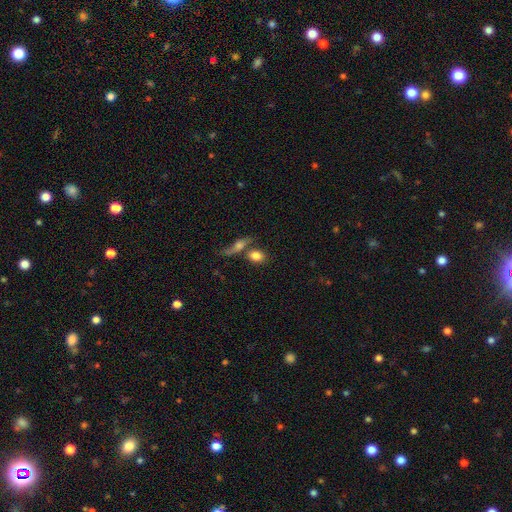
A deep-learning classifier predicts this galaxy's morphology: Smooth or featured? Predicted: smooth (p=0.79). How rounded? Predicted: in between (p=0.64). Merging? Predicted: none (p=0.44).